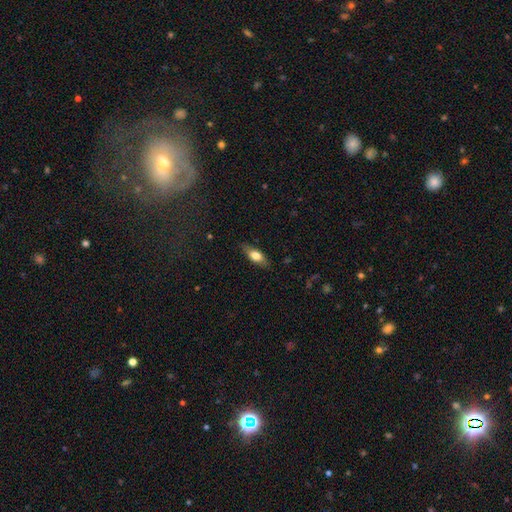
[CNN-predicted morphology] Smooth or featured? smooth (69%)
How rounded? in between (72%)
Merging? none (83%)